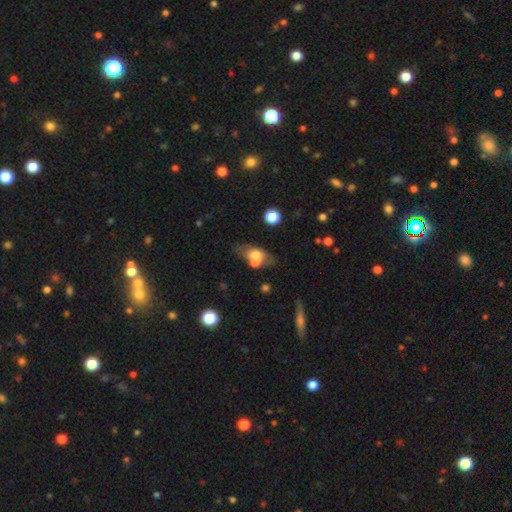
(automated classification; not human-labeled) Smooth or featured: smooth — 53% (featured or disk — 35%)
How rounded: in between — 79% (round — 15%)
Merging: merger — 43% (none — 27%)